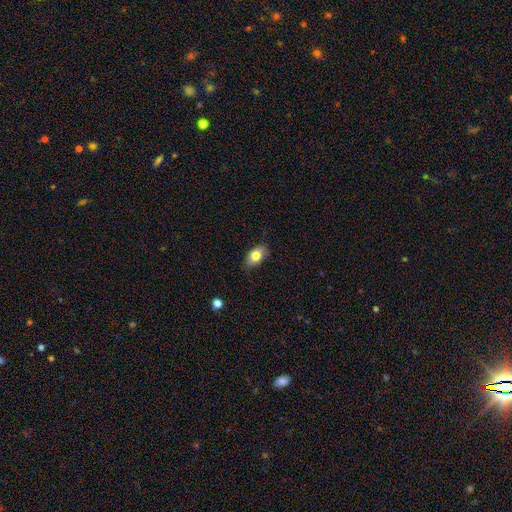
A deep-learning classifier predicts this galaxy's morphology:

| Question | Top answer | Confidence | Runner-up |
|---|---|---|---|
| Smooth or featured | smooth | 82% | featured or disk (11%) |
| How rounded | in between | 87% | round (11%) |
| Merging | none | 78% | minor disturbance (17%) |